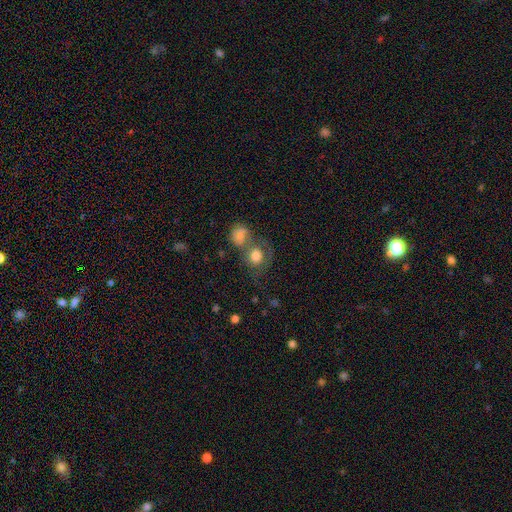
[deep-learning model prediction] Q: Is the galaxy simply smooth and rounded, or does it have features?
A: smooth — 72%.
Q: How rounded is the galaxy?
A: round — 73%.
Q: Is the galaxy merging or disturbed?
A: merger — 45%.